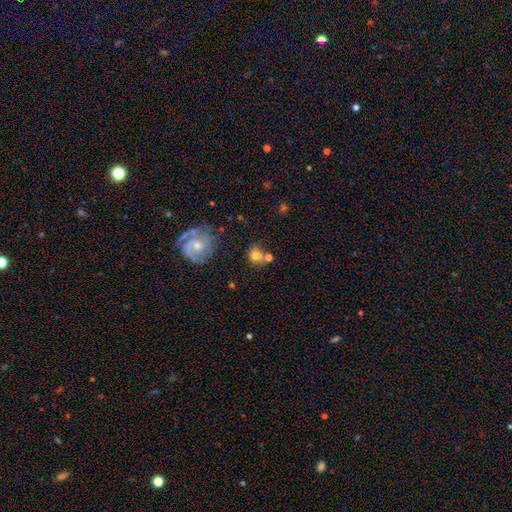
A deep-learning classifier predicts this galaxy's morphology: The model was most divided on "merging": none: 49%, merger: 30%, minor disturbance: 14%, major disturbance: 7%. More confident: how rounded — round (71%); smooth or featured — smooth (65%).